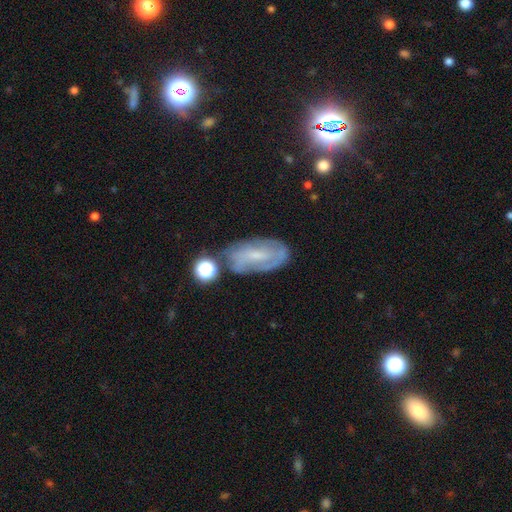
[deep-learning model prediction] This is likely a featured or disk galaxy (65%). It is clearly not viewed edge-on (92%). Bar: possibly weak (48%). Spiral arm pattern: likely yes (80%). Central bulge: possibly small (59%). Merging: likely none (62%).